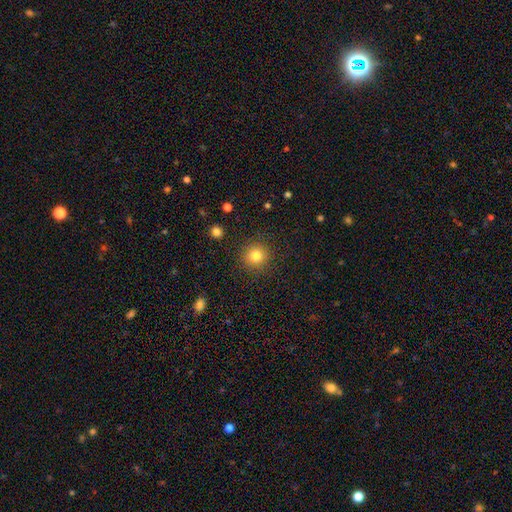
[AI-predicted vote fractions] Overall: smooth (82%). How rounded: round (93%). Merging: none (90%).